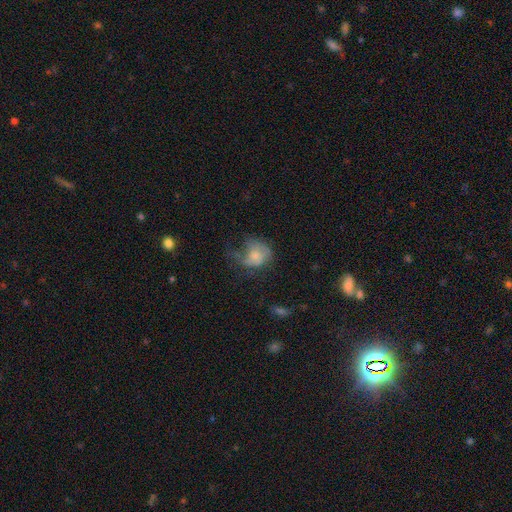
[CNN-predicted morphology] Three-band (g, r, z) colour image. It shows a smooth galaxy with no disk features (55%) that is round (57%). Merging: major disturbance (44%).